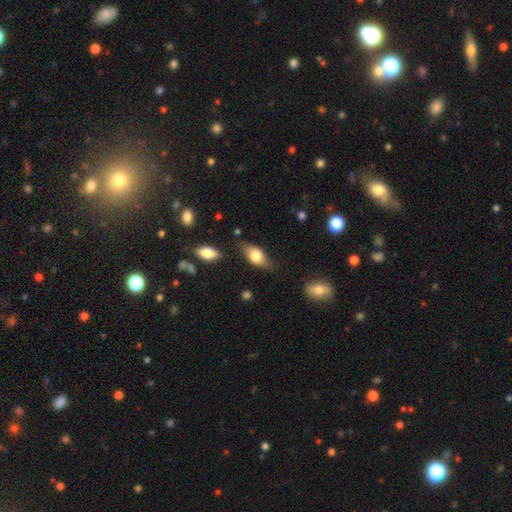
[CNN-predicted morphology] smooth_or_featured: smooth (p=0.68) [alt: featured or disk p=0.25]
how_rounded: in between (p=0.85) [alt: cigar-shaped p=0.08]
merging: none (p=0.67) [alt: minor disturbance p=0.23]